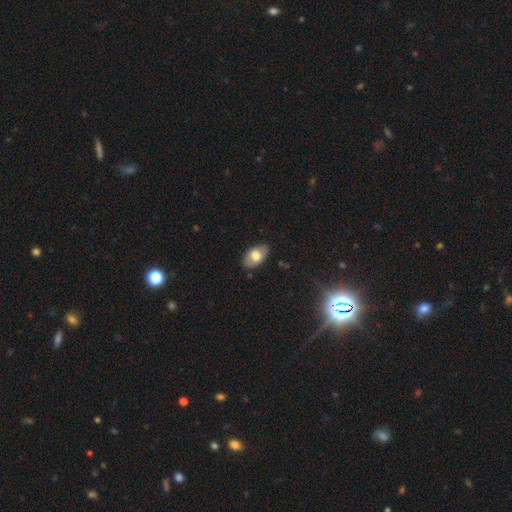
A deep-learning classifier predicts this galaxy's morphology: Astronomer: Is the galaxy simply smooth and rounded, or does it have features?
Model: smooth — 72%.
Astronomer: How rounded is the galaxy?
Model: in between — 92%.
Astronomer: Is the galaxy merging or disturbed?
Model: none — 82%.